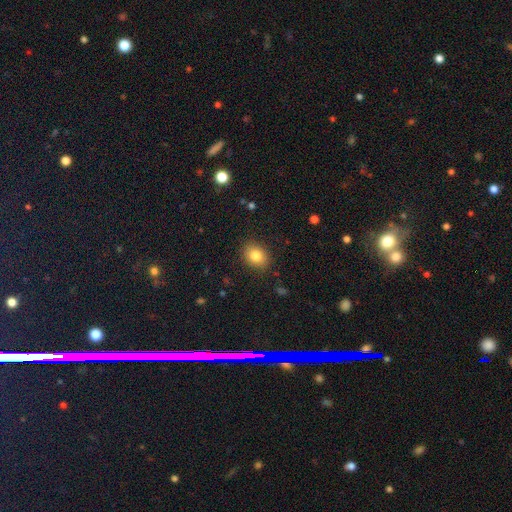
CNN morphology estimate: Q: Smooth or featured?
A: smooth (82%); runner-up: star or artifact (10%)
Q: How rounded?
A: in between (55%); runner-up: round (44%)
Q: Merging?
A: none (87%); runner-up: minor disturbance (9%)